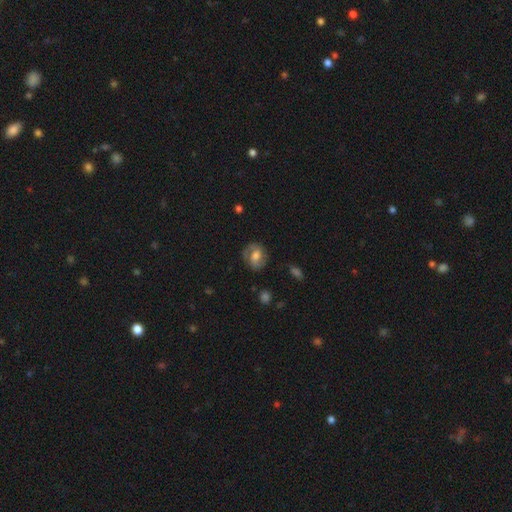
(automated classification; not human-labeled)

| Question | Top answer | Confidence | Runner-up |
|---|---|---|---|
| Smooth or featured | featured or disk | 57% | smooth (36%) |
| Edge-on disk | no | 96% | yes (4%) |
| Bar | weak | 42% | no (40%) |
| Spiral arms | yes | 78% | no (22%) |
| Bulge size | moderate | 59% | large (21%) |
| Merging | none | 74% | minor disturbance (17%) |